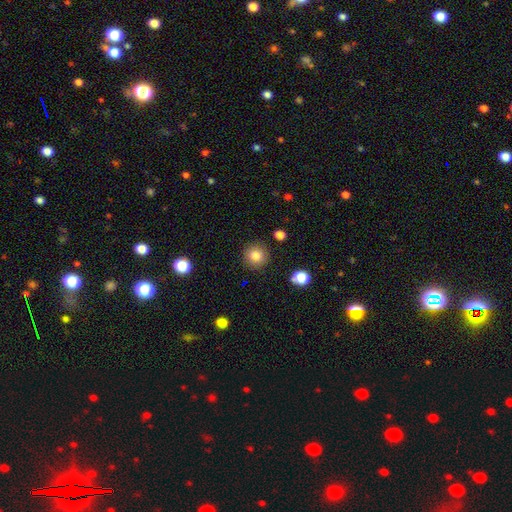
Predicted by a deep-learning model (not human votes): Smooth or featured? Predicted: smooth (p=0.83). How rounded? Predicted: round (p=0.92). Merging? Predicted: none (p=0.90).